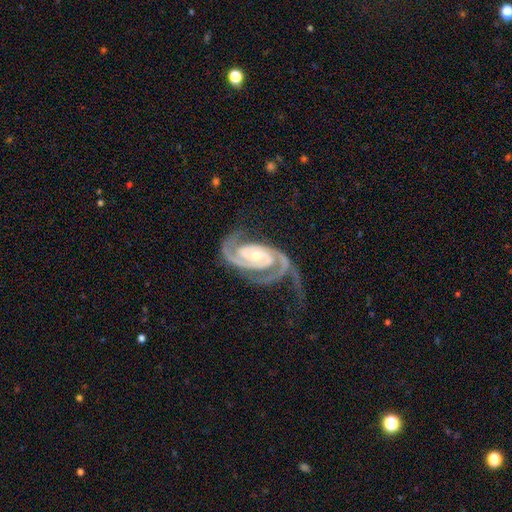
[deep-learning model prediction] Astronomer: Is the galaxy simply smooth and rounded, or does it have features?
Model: featured or disk — 94%.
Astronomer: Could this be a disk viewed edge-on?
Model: no — 98%.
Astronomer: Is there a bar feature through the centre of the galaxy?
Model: no — 51% (runner-up: weak, 30%).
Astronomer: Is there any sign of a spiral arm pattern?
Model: yes — 99%.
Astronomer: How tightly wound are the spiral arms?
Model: tight — 52% (runner-up: medium, 40%).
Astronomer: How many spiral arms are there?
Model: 2 — 90%.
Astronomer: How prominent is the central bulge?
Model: moderate — 51% (runner-up: small, 43%).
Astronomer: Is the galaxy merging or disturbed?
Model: none — 59%.